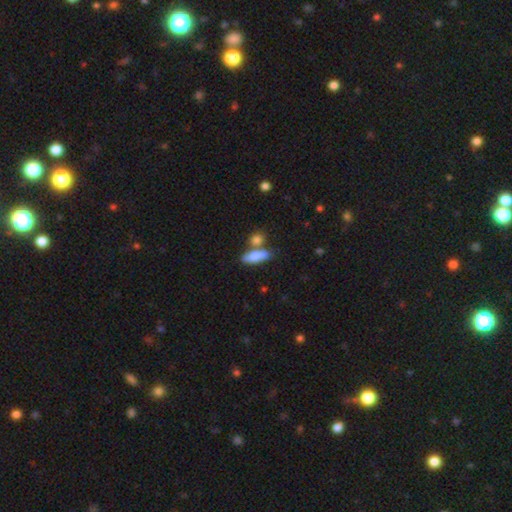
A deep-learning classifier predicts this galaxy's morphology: The model was most divided on "merging": none: 54%, merger: 29%, minor disturbance: 13%, major disturbance: 4%. More confident: smooth or featured — smooth (78%); how rounded — in between (68%).